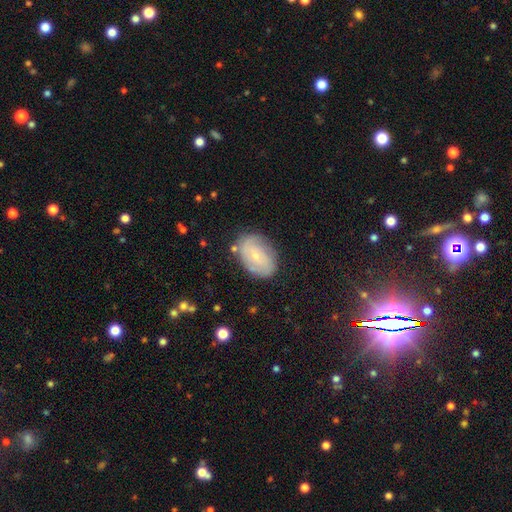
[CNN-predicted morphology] Smooth or featured: featured or disk — 59% (smooth — 34%)
Edge-on disk: no — 96% (yes — 4%)
Bar: no — 64% (weak — 30%)
Spiral arms: yes — 80% (no — 20%)
Bulge size: small — 78% (moderate — 17%)
Merging: none — 76% (minor disturbance — 17%)